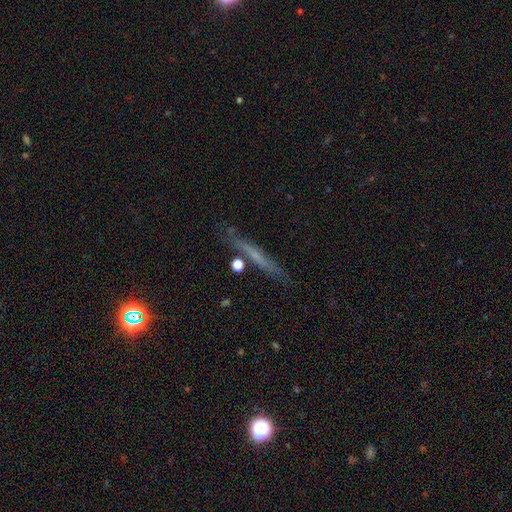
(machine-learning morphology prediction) The model was most divided on "smooth or featured": smooth: 46%, featured or disk: 43%, star or artifact: 10%. More confident: merging — none (83%).